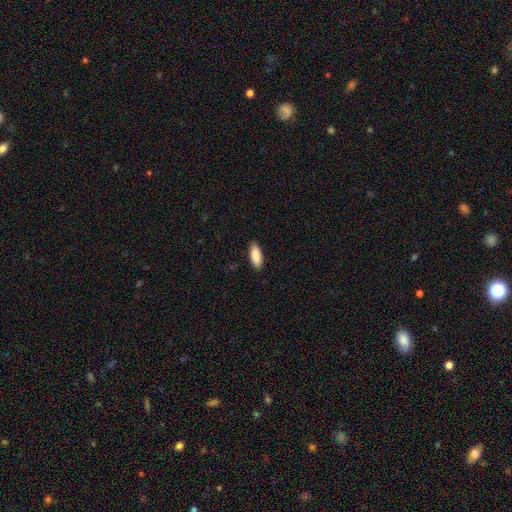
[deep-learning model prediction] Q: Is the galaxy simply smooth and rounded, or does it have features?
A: smooth — 89%.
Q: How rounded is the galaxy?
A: in between — 75%.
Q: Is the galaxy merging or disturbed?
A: none — 88%.